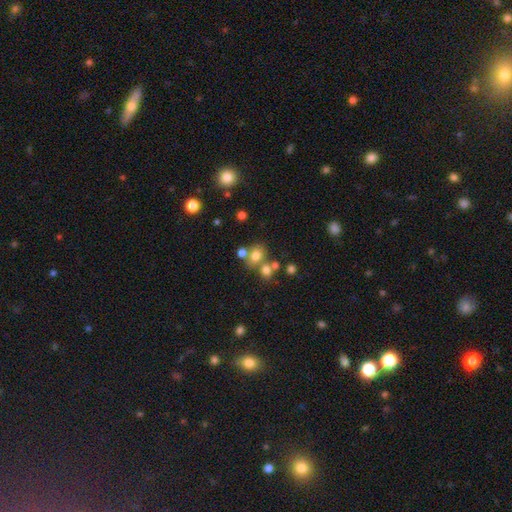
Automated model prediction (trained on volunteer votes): This is likely a smooth galaxy (71%). How rounded: possibly round (59%). Merging: possibly none (52%).